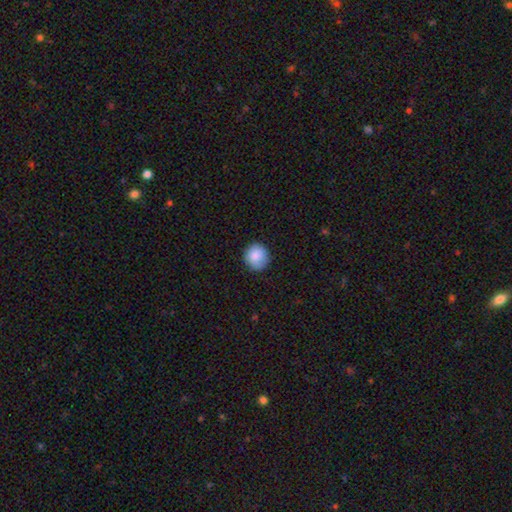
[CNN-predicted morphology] The model was most divided on "merging": none: 84%, minor disturbance: 13%, major disturbance: 2%, merger: 1%. More confident: how rounded — round (89%); smooth or featured — smooth (87%).